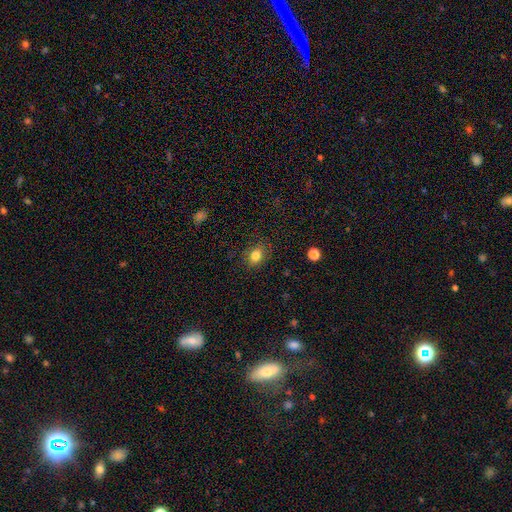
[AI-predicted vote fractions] Smooth or featured? Predicted: smooth (p=0.83). How rounded? Predicted: in between (p=0.59). Merging? Predicted: none (p=0.83).